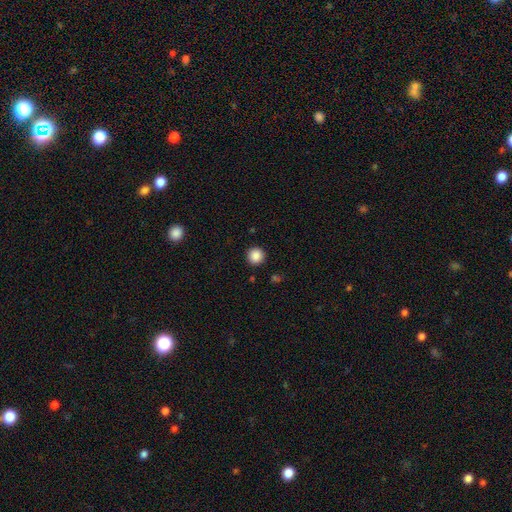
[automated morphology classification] Q: Smooth or featured?
A: smooth (87%); runner-up: star or artifact (10%)
Q: How rounded?
A: round (95%); runner-up: in between (4%)
Q: Merging?
A: none (92%); runner-up: minor disturbance (5%)